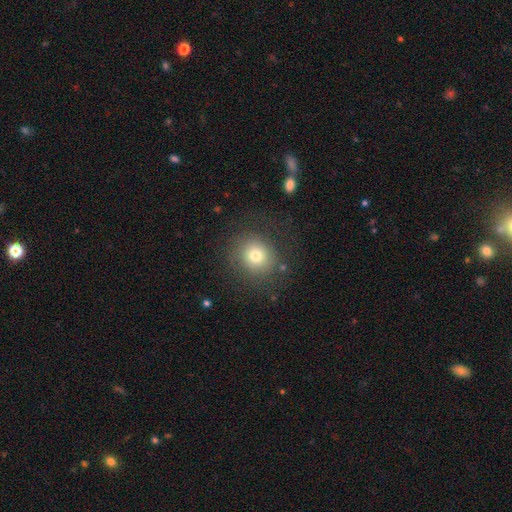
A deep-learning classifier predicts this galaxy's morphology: A smooth galaxy with no disk features (74%) that is round (86%). Merging: none (76%).